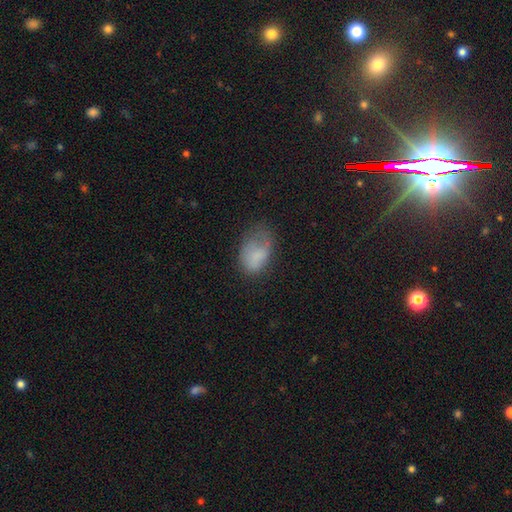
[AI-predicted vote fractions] A smooth galaxy with no disk features (73%) that is in between round and cigar-shaped (86%). Merging: none (35%, tied with minor disturbance).